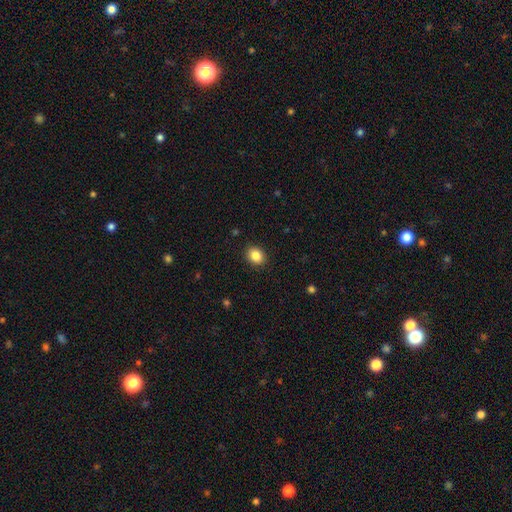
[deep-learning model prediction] Overall: smooth (85%). How rounded: round (53%; in between 46%). Merging: none (90%).